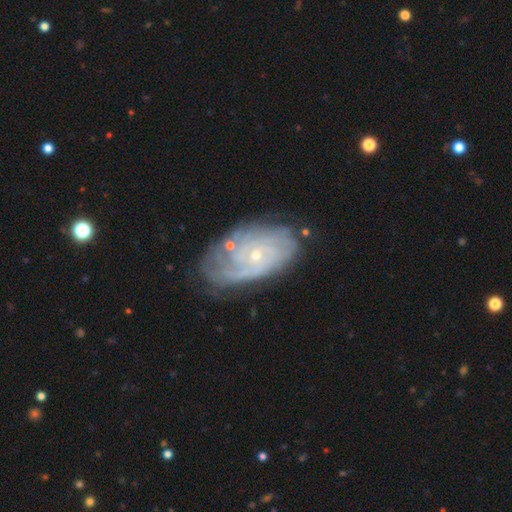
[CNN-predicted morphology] This is clearly a featured or disk galaxy (82%). It is clearly not viewed edge-on (96%). Bar: likely no (77%). Spiral arm pattern: clearly yes (92%). Spiral arm count: marginally can't tell (44%). Spiral winding: likely tight (69%). Central bulge: likely small (80%). Merging: likely none (66%).